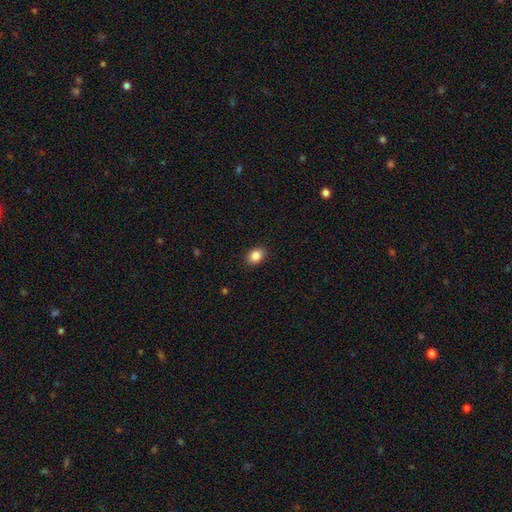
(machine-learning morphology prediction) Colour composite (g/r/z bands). It shows a smooth galaxy with no disk features (87%) that is in between round and cigar-shaped (71%). Merging: none (90%).